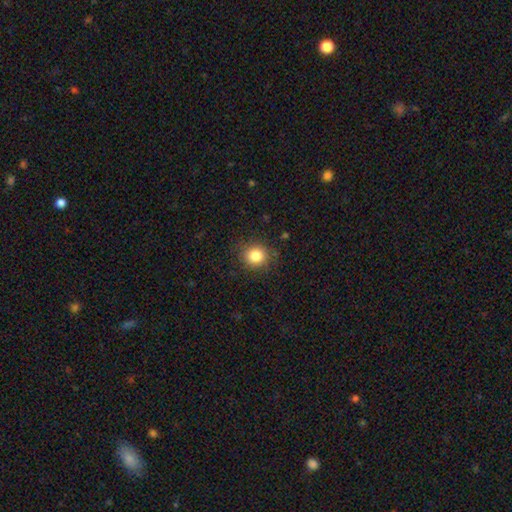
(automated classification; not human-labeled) This is clearly a smooth galaxy (84%). How rounded: clearly round (86%). Merging: clearly none (86%).